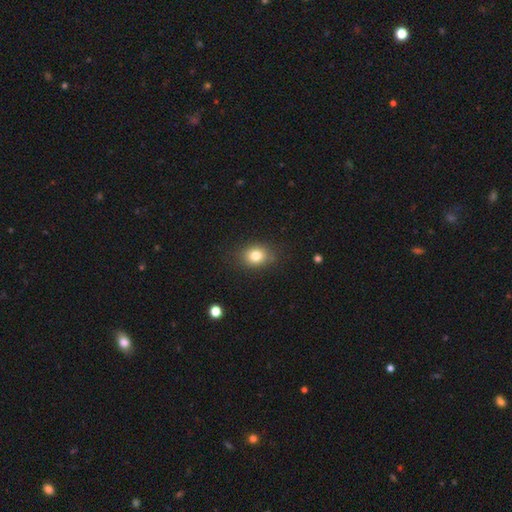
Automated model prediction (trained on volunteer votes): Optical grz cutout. It shows a smooth galaxy with no disk features (79%) that is round (54%). Merging: none (83%).